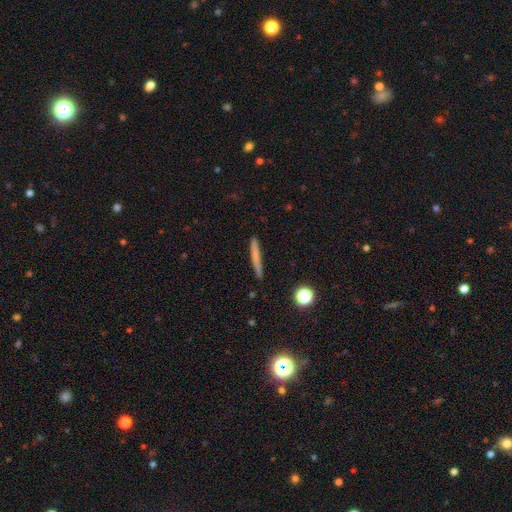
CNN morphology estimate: The model was most divided on "smooth or featured": smooth: 63%, featured or disk: 28%, star or artifact: 9%. More confident: how rounded — cigar-shaped (95%); merging — none (87%).